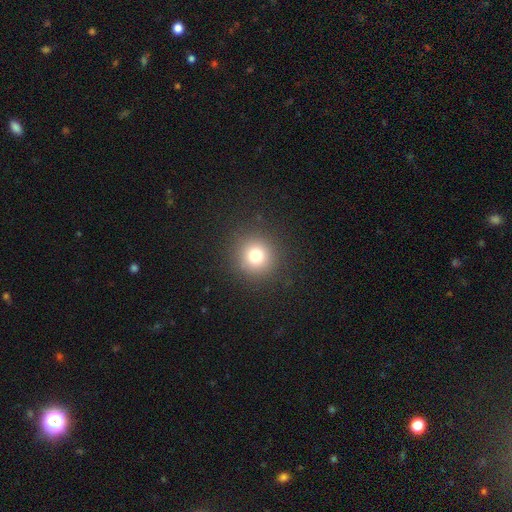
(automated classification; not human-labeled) Smooth or featured?
  - smooth: 77% *
  - star or artifact: 14%
  - featured or disk: 9%
How rounded?
  - round: 94% *
  - in between: 5%
  - cigar-shaped: 1%
Merging?
  - none: 90% *
  - minor disturbance: 6%
  - major disturbance: 3%
  - merger: 1%